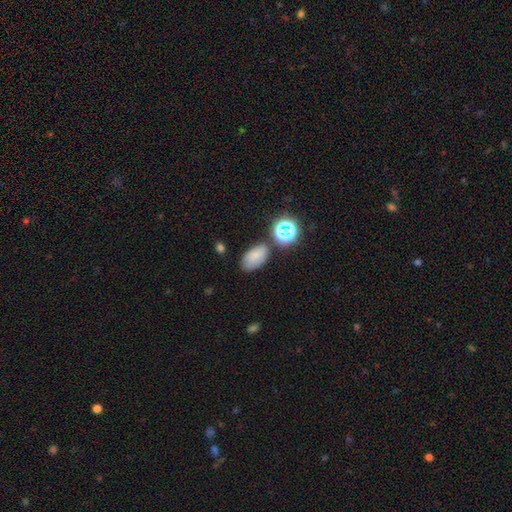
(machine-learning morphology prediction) This appears to be a smooth galaxy with no disk features (73%) that is in between round and cigar-shaped (89%). Merging: none (68%).